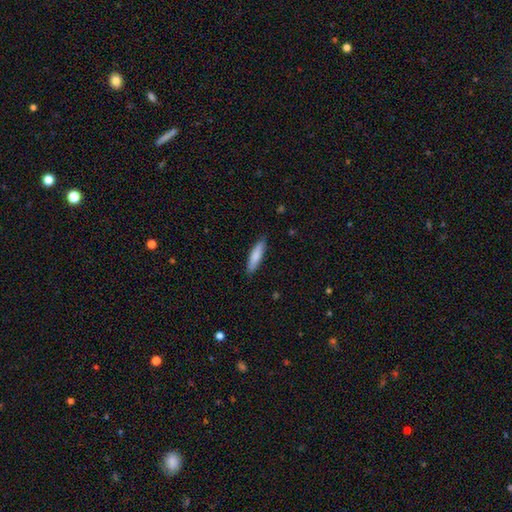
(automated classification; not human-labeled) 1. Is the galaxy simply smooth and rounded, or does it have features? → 81% smooth, 14% featured or disk, 5% star or artifact.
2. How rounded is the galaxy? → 76% cigar-shaped, 22% in between, 1% round.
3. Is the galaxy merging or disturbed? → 88% none, 9% minor disturbance, 2% major disturbance, 1% merger.